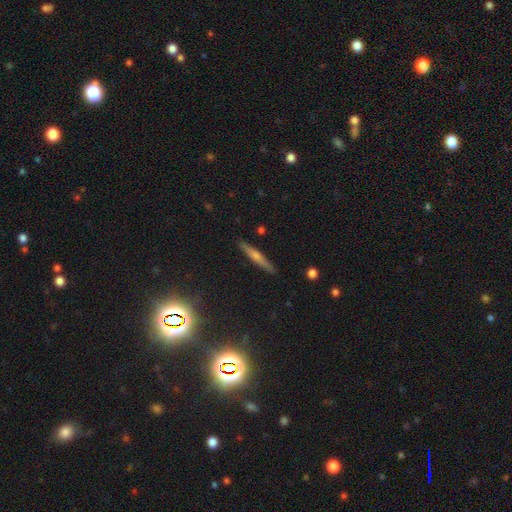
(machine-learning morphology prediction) Overall: featured or disk (53%; smooth 27%). Edge-on disk: yes (94%). Merging: none (89%).